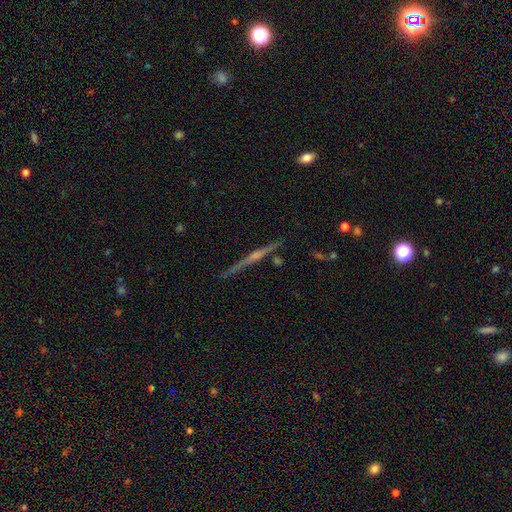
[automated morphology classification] A featured or disk galaxy (83%) viewed edge-on (98%) with a rounded central bulge (76%). Merging: none (90%).